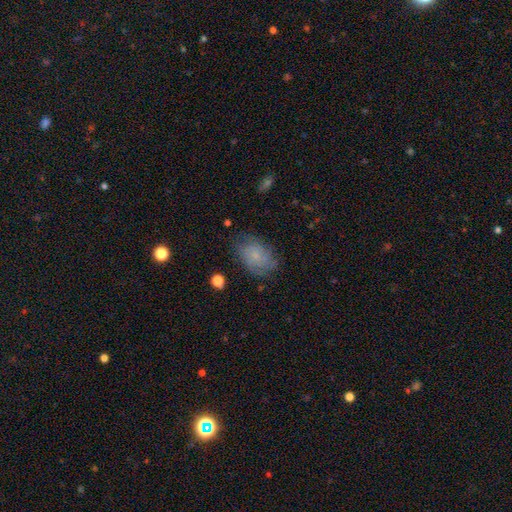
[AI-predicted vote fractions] Smooth or featured?
  - smooth: 56% *
  - featured or disk: 34%
  - star or artifact: 10%
How rounded?
  - in between: 77% *
  - round: 22%
  - cigar-shaped: 1%
Merging?
  - none: 65% *
  - minor disturbance: 24%
  - major disturbance: 10%
  - merger: 1%